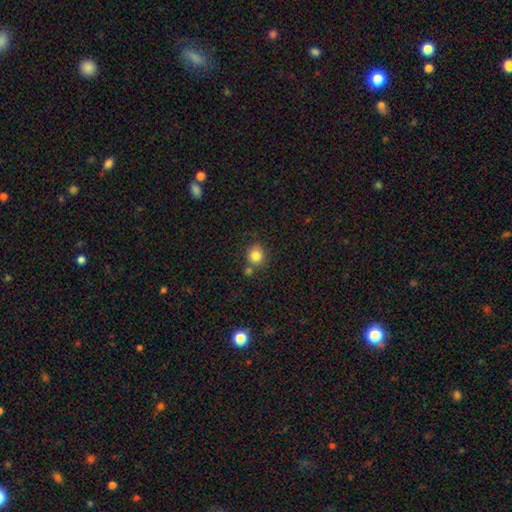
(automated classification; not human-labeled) Overall: smooth (83%). How rounded: round (84%). Merging: none (70%).